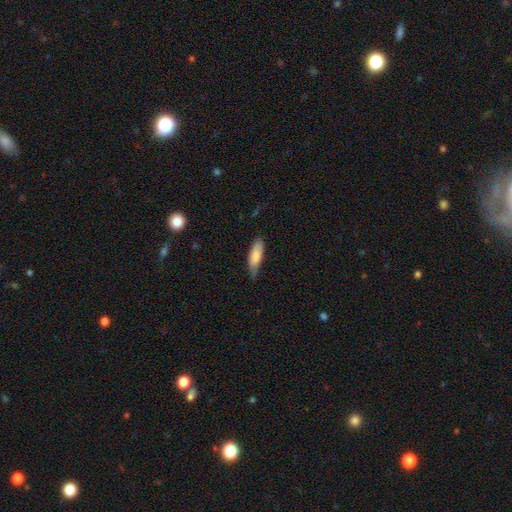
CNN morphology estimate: A smooth galaxy with no disk features (84%) that is in between round and cigar-shaped (55%). Merging: none (61%).